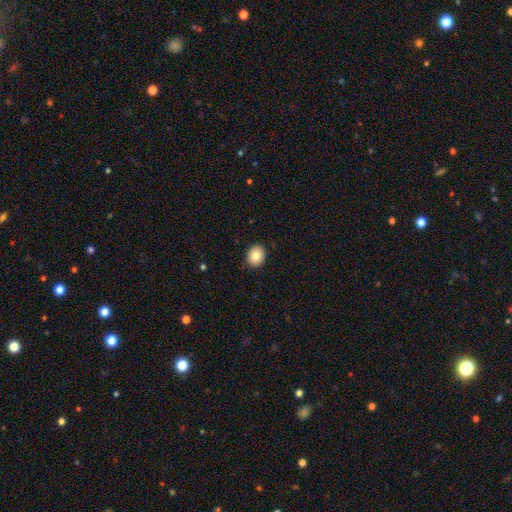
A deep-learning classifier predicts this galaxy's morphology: Q: Smooth or featured?
A: smooth (81%); runner-up: featured or disk (10%)
Q: How rounded?
A: round (66%); runner-up: in between (33%)
Q: Merging?
A: none (90%); runner-up: minor disturbance (7%)